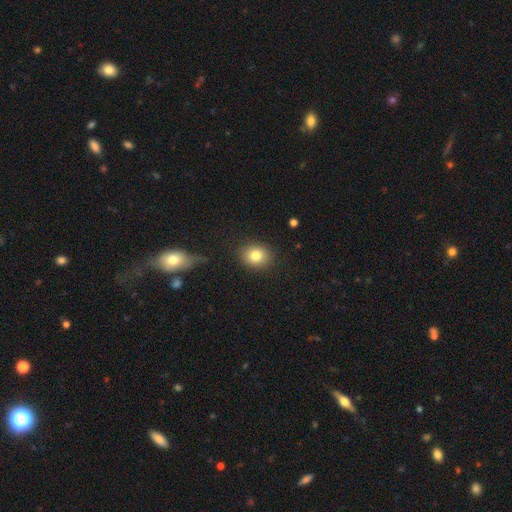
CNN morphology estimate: type=smooth (82%); roundness=round (63%); merging=none (86%).